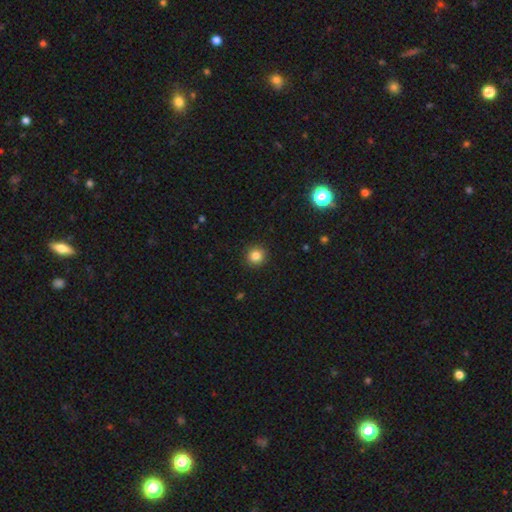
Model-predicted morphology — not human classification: smooth_or_featured: smooth (p=0.84) [alt: star or artifact p=0.11]
how_rounded: round (p=0.92) [alt: in between p=0.07]
merging: none (p=0.92) [alt: minor disturbance p=0.05]